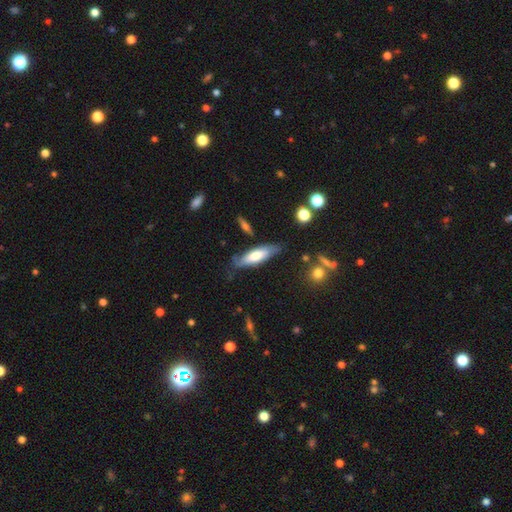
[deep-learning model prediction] smooth_or_featured: smooth (p=0.56) [alt: featured or disk p=0.38]
how_rounded: in between (p=0.53) [alt: cigar-shaped p=0.46]
merging: none (p=0.65) [alt: minor disturbance p=0.25]